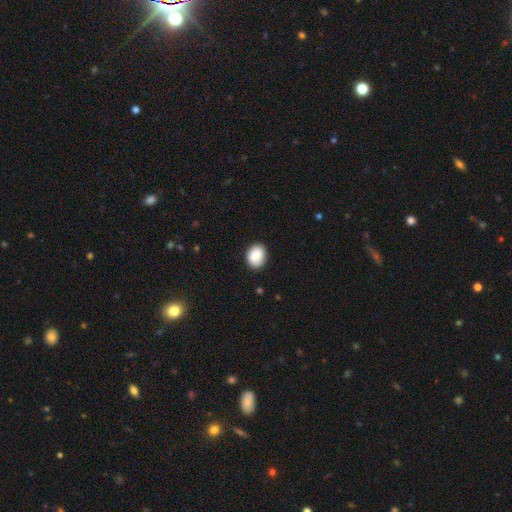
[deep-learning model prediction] The model was most divided on "how rounded": in between: 54%, round: 45%, cigar-shaped: 1%. More confident: merging — none (87%); smooth or featured — smooth (86%).